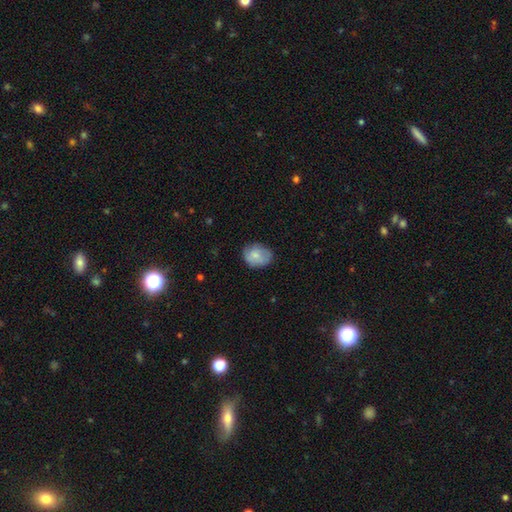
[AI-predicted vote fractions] Smooth or featured? Predicted: smooth (p=0.75). How rounded? Predicted: round (p=0.51). Merging? Predicted: none (p=0.68).